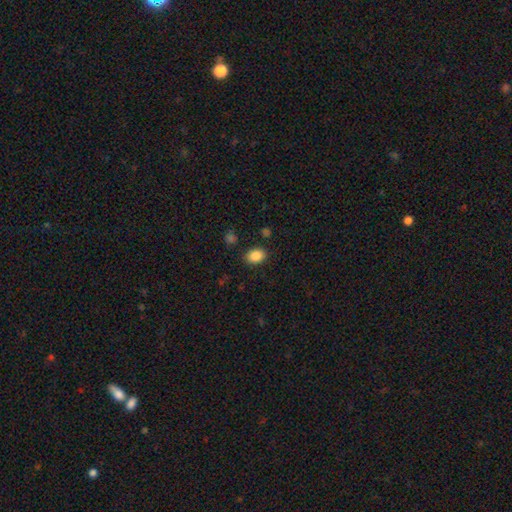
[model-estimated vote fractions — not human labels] Smooth or featured?
  - smooth: 87% *
  - star or artifact: 9%
  - featured or disk: 4%
How rounded?
  - in between: 72% *
  - round: 27%
  - cigar-shaped: 1%
Merging?
  - none: 86% *
  - minor disturbance: 9%
  - major disturbance: 3%
  - merger: 2%